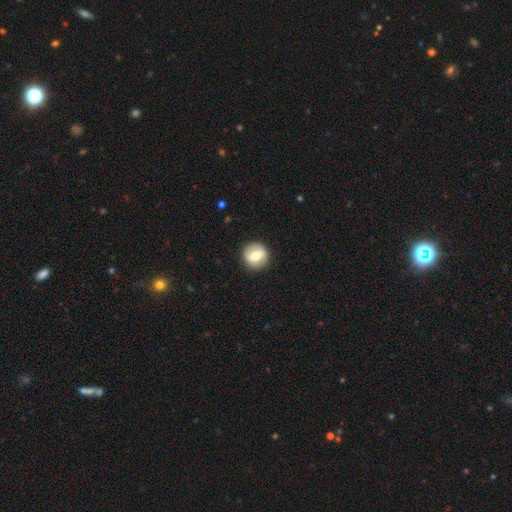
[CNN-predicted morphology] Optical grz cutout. It shows a smooth galaxy with no disk features (61%) that is round (90%). Merging: none (88%).